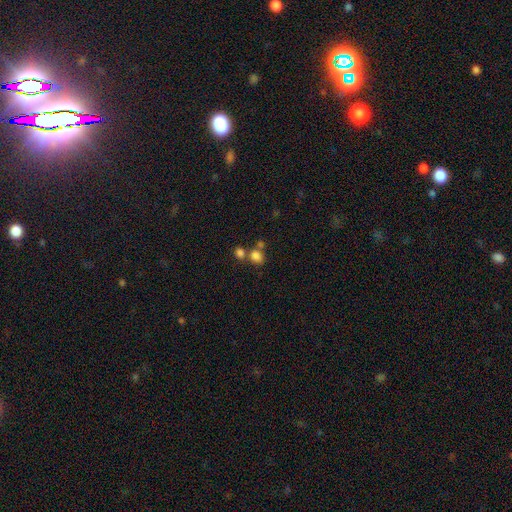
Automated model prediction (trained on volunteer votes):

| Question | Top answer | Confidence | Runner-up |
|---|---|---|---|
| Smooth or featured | smooth | 80% | star or artifact (13%) |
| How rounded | round | 52% | in between (47%) |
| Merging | none | 48% | merger (37%) |